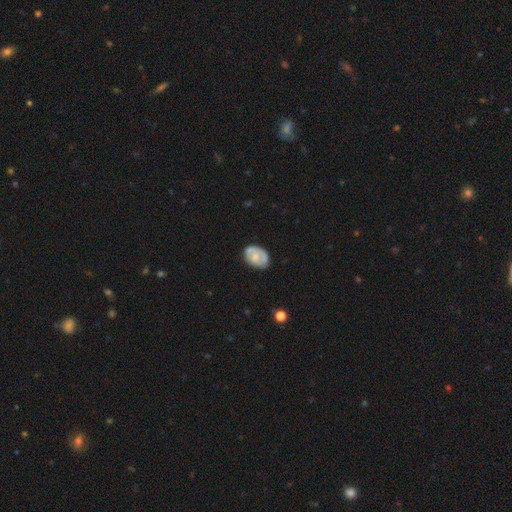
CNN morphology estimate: This is possibly a smooth galaxy (57%). How rounded: clearly in between (80%). Merging: likely none (63%).